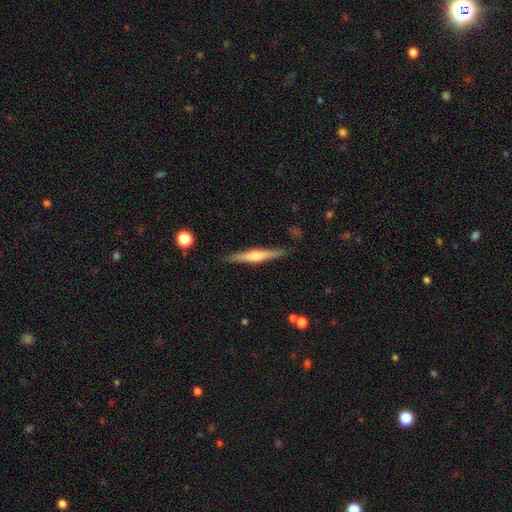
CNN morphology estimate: Smooth or featured: featured or disk — 68% (smooth — 26%)
Edge-on disk: yes — 98% (no — 2%)
Edge-on bulge: rounded — 83% (none — 9%)
Merging: none — 88% (minor disturbance — 9%)